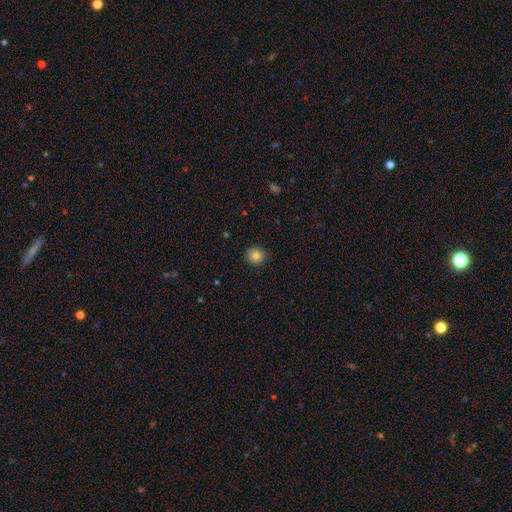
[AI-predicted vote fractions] Smooth or featured: smooth — 82% (star or artifact — 11%)
How rounded: round — 90% (in between — 9%)
Merging: none — 90% (minor disturbance — 8%)